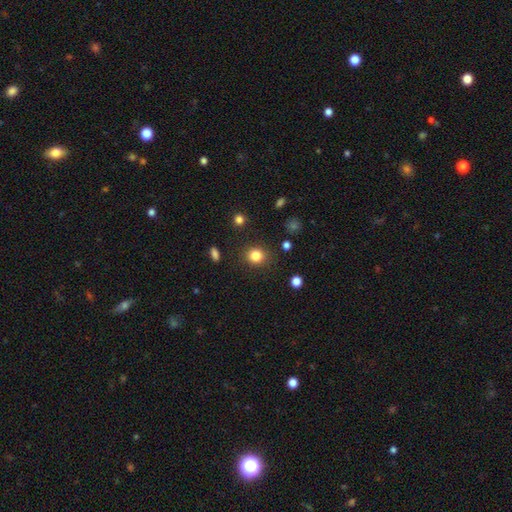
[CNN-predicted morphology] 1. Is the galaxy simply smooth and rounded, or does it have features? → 83% smooth, 12% star or artifact, 5% featured or disk.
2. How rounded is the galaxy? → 84% round, 15% in between, 1% cigar-shaped.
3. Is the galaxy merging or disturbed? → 87% none, 8% minor disturbance, 3% major disturbance, 2% merger.